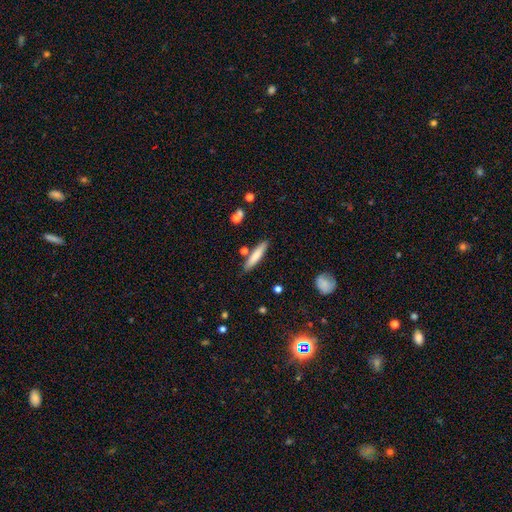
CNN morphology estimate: This is likely a smooth galaxy (76%). How rounded: clearly cigar-shaped (85%). Merging: clearly none (83%).